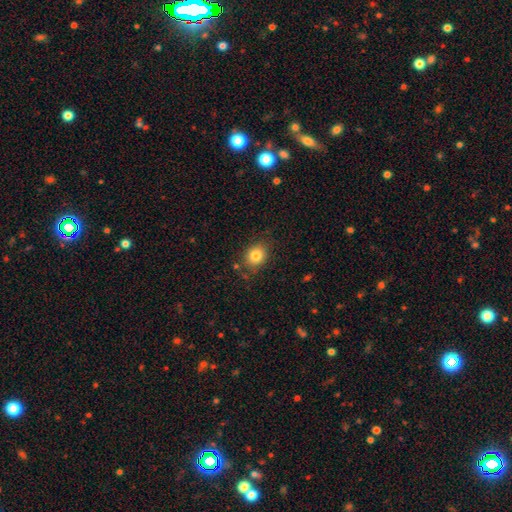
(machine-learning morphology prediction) Q: Smooth or featured?
A: smooth (83%); runner-up: star or artifact (10%)
Q: How rounded?
A: round (63%); runner-up: in between (37%)
Q: Merging?
A: none (81%); runner-up: minor disturbance (13%)